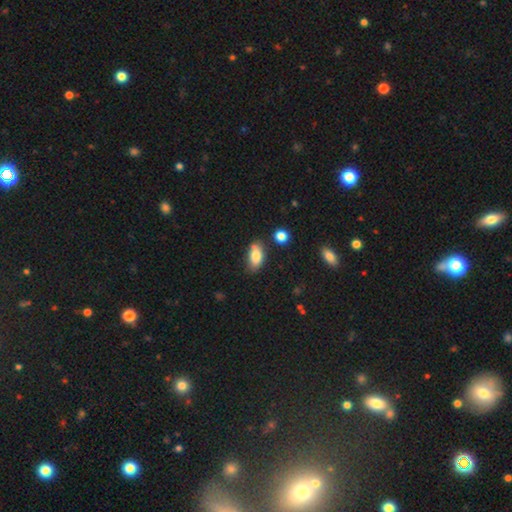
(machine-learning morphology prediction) Overall: smooth (83%). How rounded: in between (90%). Merging: none (69%).